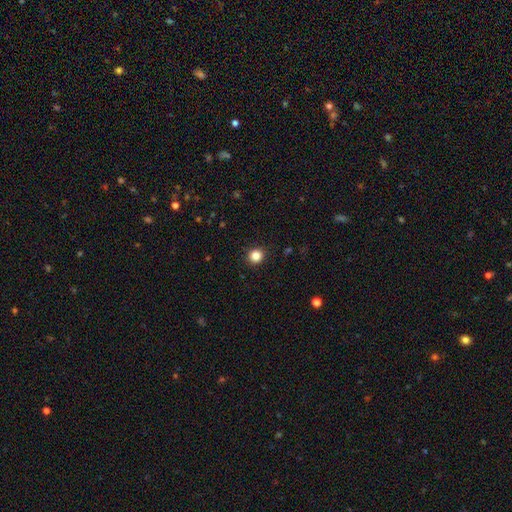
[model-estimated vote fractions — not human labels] Smooth or featured?
  - smooth: 85% *
  - star or artifact: 12%
  - featured or disk: 4%
How rounded?
  - round: 91% *
  - in between: 8%
  - cigar-shaped: 1%
Merging?
  - none: 91% *
  - minor disturbance: 6%
  - major disturbance: 2%
  - merger: 1%